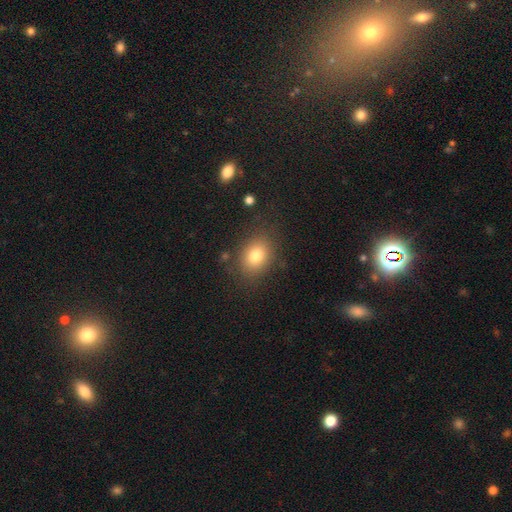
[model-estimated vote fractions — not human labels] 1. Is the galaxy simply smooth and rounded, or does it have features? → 78% smooth, 11% star or artifact, 10% featured or disk.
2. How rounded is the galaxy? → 59% in between, 40% round, 1% cigar-shaped.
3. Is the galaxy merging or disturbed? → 81% none, 12% minor disturbance, 5% major disturbance, 2% merger.